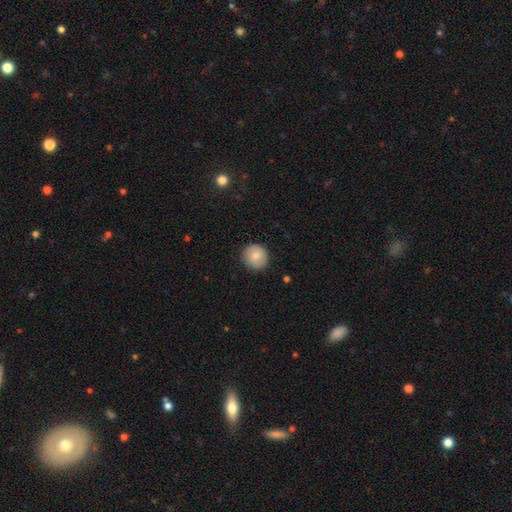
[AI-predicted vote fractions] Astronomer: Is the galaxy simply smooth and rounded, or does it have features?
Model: smooth — 79%.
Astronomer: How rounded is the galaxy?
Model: round — 92%.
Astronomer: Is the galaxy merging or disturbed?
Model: none — 88%.